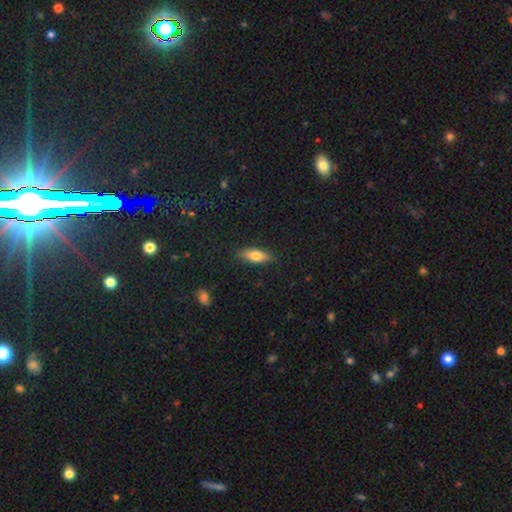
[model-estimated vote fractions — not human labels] smooth_or_featured: smooth (p=0.71) [alt: featured or disk p=0.22]
how_rounded: in between (p=0.64) [alt: cigar-shaped p=0.32]
merging: none (p=0.85) [alt: minor disturbance p=0.11]